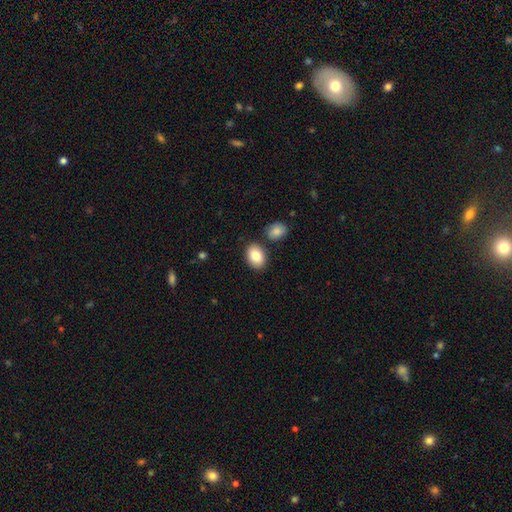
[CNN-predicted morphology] The model was most divided on "how rounded": in between: 81%, round: 18%, cigar-shaped: 1%. More confident: smooth or featured — smooth (85%); merging — none (81%).